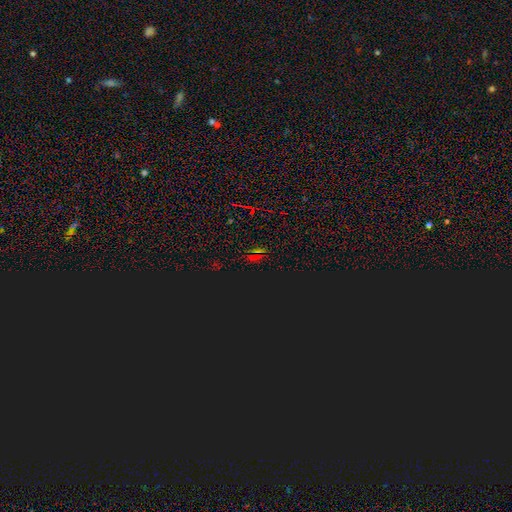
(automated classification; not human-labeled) smooth-or-featured: star or artifact: 74% | smooth: 19% | featured or disk: 8%